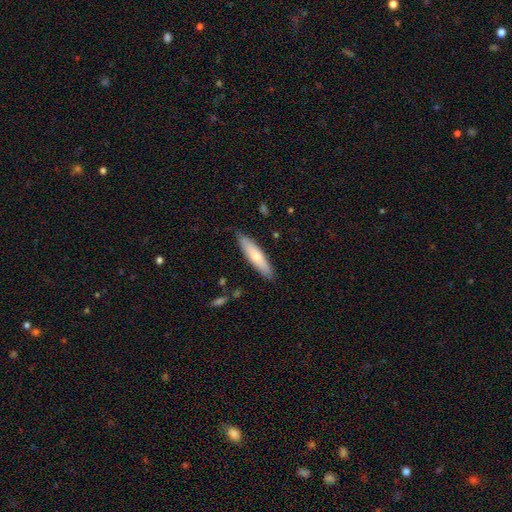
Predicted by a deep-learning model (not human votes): Q: Smooth or featured?
A: smooth (65%); runner-up: featured or disk (29%)
Q: How rounded?
A: cigar-shaped (77%); runner-up: in between (22%)
Q: Merging?
A: none (84%); runner-up: minor disturbance (13%)